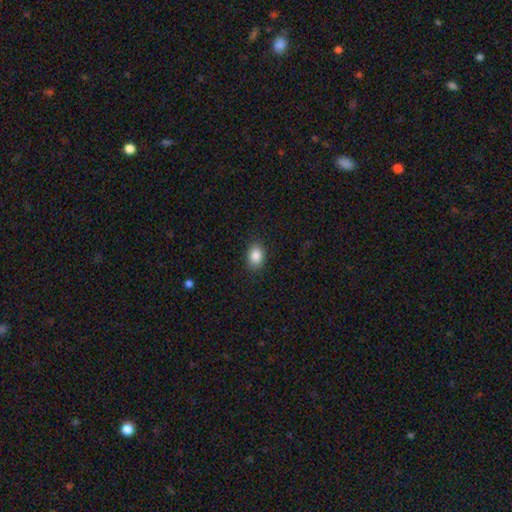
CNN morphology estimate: This is clearly a smooth galaxy (87%). How rounded: likely in between (78%). Merging: clearly none (88%).